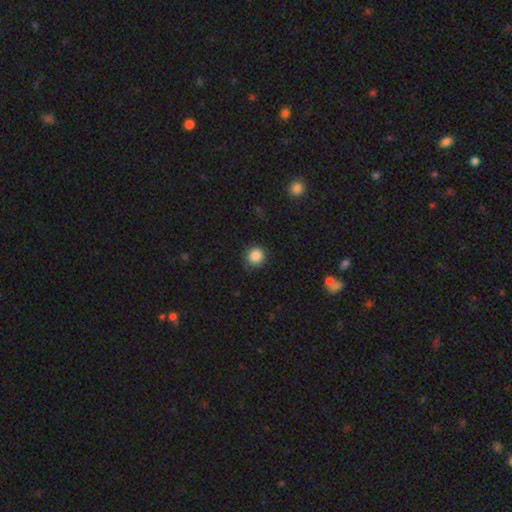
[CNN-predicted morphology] type=smooth (86%); roundness=round (91%); merging=none (83%).